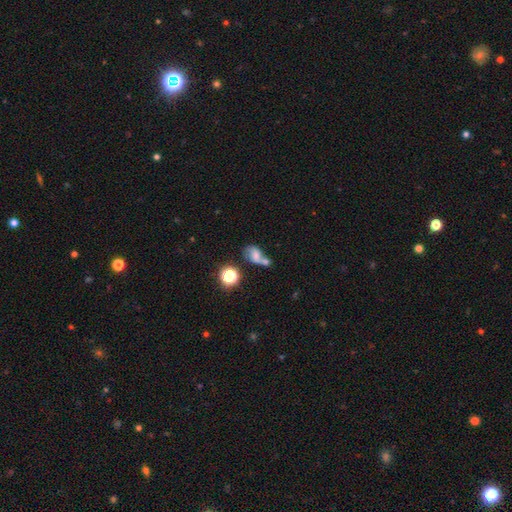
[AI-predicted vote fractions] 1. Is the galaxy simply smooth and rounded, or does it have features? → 45% smooth, 36% featured or disk, 18% star or artifact.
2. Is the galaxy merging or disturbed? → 48% merger, 26% none, 14% minor disturbance, 12% major disturbance.